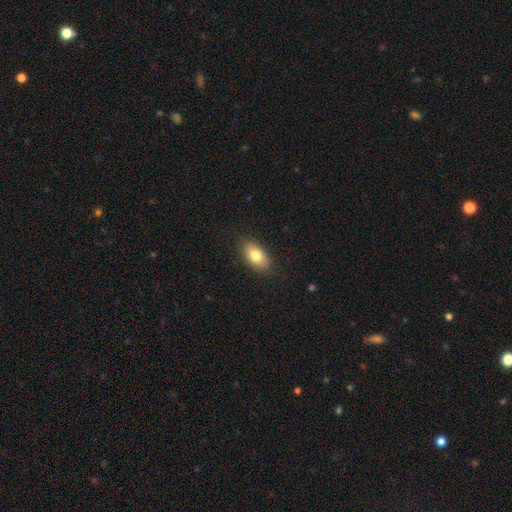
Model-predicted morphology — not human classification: Smooth or featured? Predicted: smooth (p=0.80). How rounded? Predicted: in between (p=0.91). Merging? Predicted: none (p=0.86).